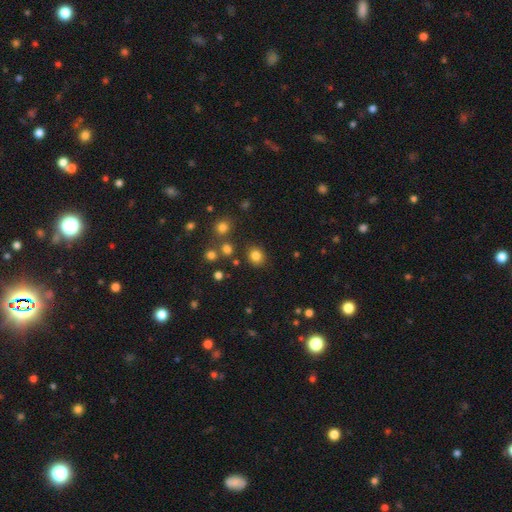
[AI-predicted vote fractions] smooth-or-featured: smooth: 81% | star or artifact: 13% | featured or disk: 5%
  how-rounded: round: 77% | in between: 22% | cigar-shaped: 1%
  merging: none: 84% | minor disturbance: 9% | merger: 4% | major disturbance: 3%